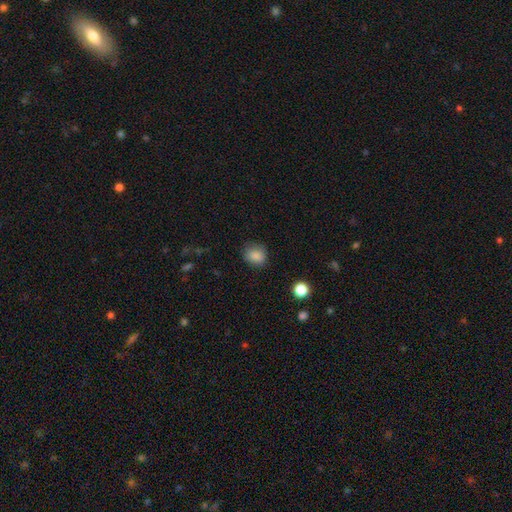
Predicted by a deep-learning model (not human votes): Smooth or featured? smooth (86%)
How rounded? round (62%)
Merging? none (75%)